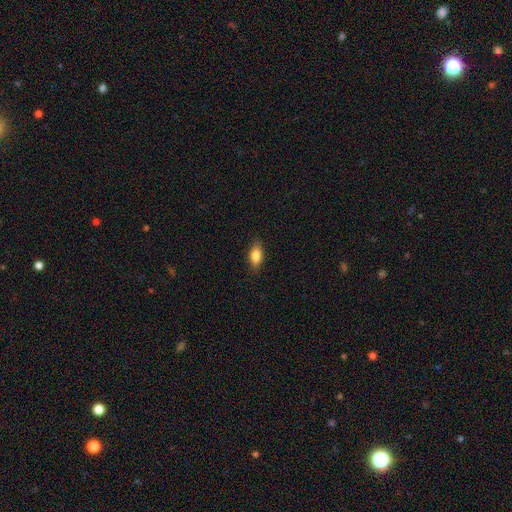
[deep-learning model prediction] smooth_or_featured: smooth (p=0.82) [alt: featured or disk p=0.10]
how_rounded: in between (p=0.85) [alt: cigar-shaped p=0.10]
merging: none (p=0.85) [alt: minor disturbance p=0.11]